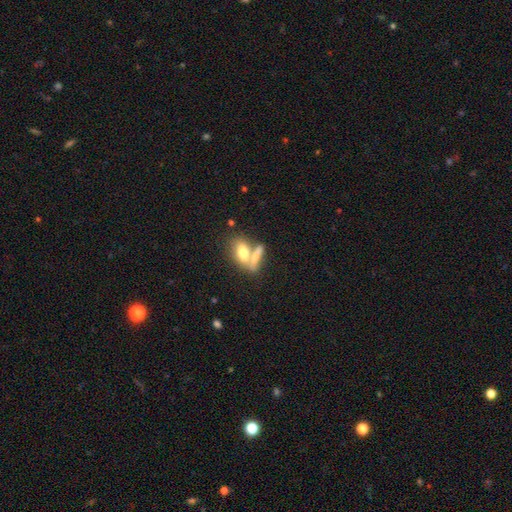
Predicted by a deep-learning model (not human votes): Smooth or featured: smooth — 71% (featured or disk — 22%)
How rounded: in between — 72% (cigar-shaped — 20%)
Merging: merger — 52% (none — 33%)